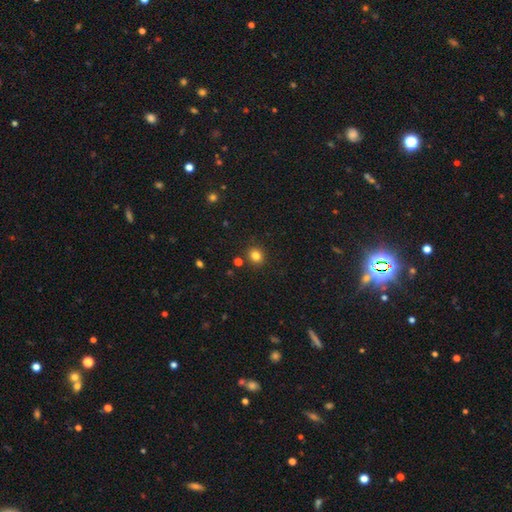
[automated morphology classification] Smooth or featured: smooth — 81% (star or artifact — 13%)
How rounded: round — 80% (in between — 19%)
Merging: none — 87% (minor disturbance — 7%)